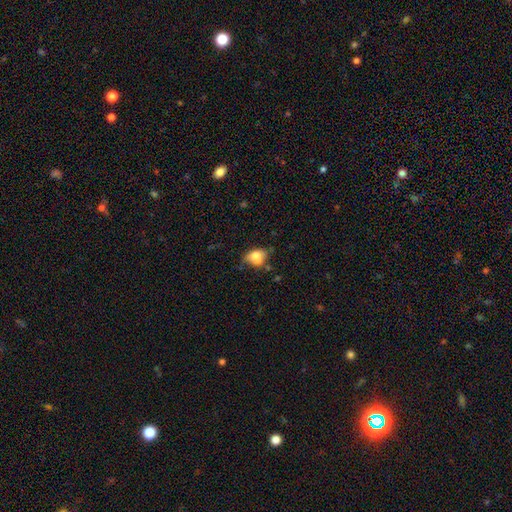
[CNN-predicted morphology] This appears to be a smooth galaxy with no disk features (68%) that is in between round and cigar-shaped (64%). Merging: none (46%).